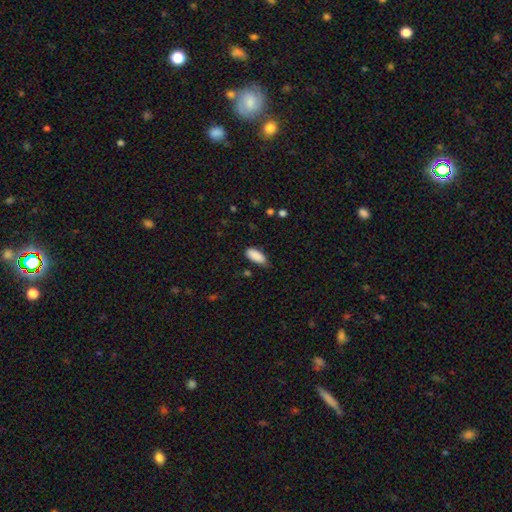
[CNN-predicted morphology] smooth 89%, star or artifact 7%, featured or disk 4%. Down the decision tree: how rounded — in between (85%); merging — none (73%).